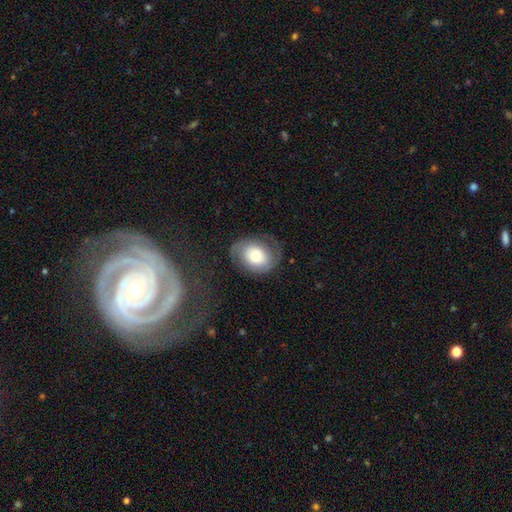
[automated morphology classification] smooth_or_featured: smooth (p=0.48) [alt: featured or disk p=0.44]
merging: none (p=0.63) [alt: minor disturbance p=0.22]